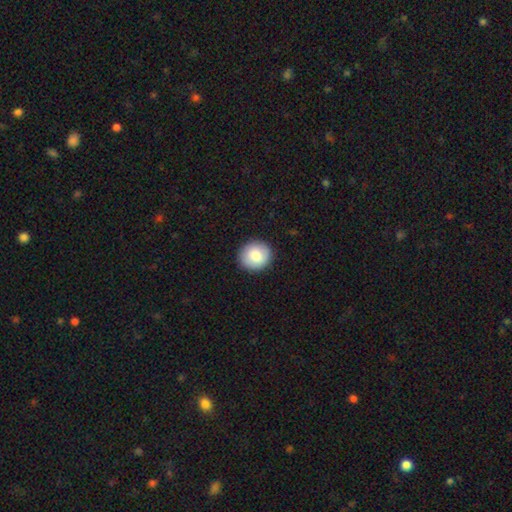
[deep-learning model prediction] smooth-or-featured: smooth: 82% | featured or disk: 10% | star or artifact: 7%
  how-rounded: round: 86% | in between: 13% | cigar-shaped: 1%
  merging: none: 91% | minor disturbance: 6% | major disturbance: 2% | merger: 1%